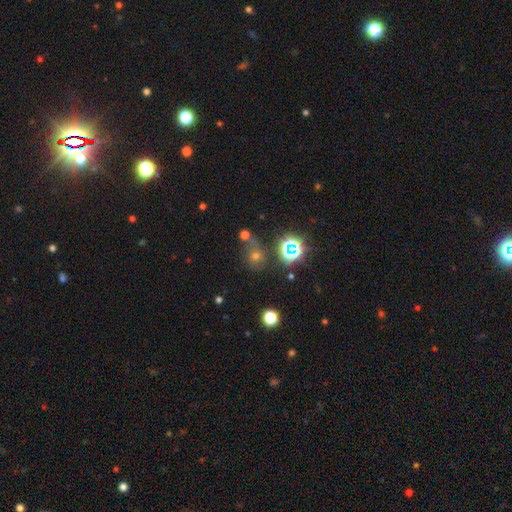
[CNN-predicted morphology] Q: Smooth or featured?
A: star or artifact (44%); runner-up: smooth (43%)